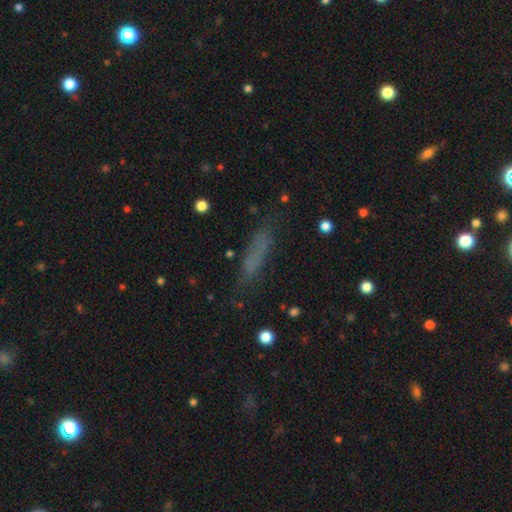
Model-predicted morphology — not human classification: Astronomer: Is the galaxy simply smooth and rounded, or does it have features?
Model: smooth — 64%.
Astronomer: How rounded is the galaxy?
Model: cigar-shaped — 81%.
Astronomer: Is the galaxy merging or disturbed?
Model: none — 75%.